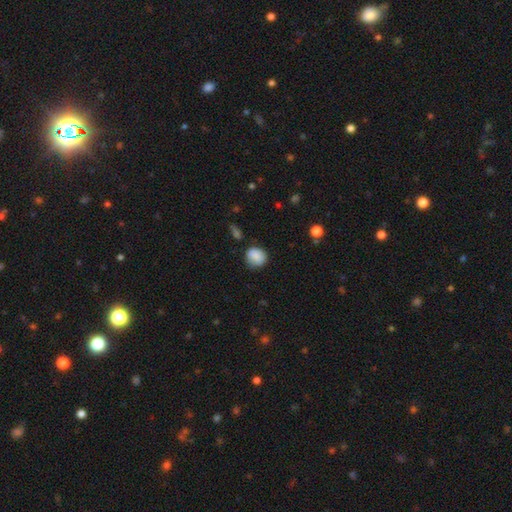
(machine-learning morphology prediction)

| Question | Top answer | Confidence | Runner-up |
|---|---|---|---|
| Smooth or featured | smooth | 85% | star or artifact (8%) |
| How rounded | round | 78% | in between (21%) |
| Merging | none | 73% | minor disturbance (20%) |